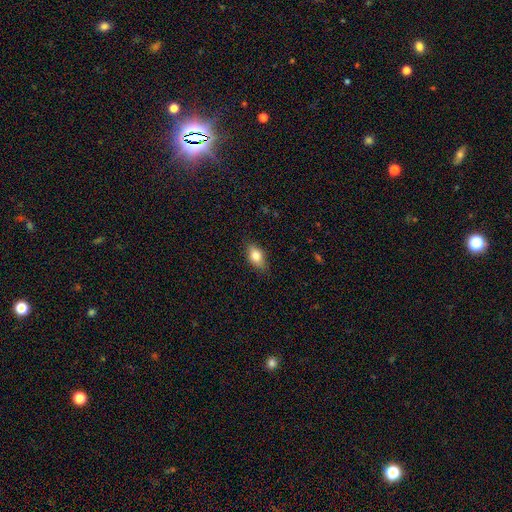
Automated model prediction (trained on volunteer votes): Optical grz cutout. It shows a smooth galaxy with no disk features (79%) that is in between round and cigar-shaped (86%). Merging: none (84%).